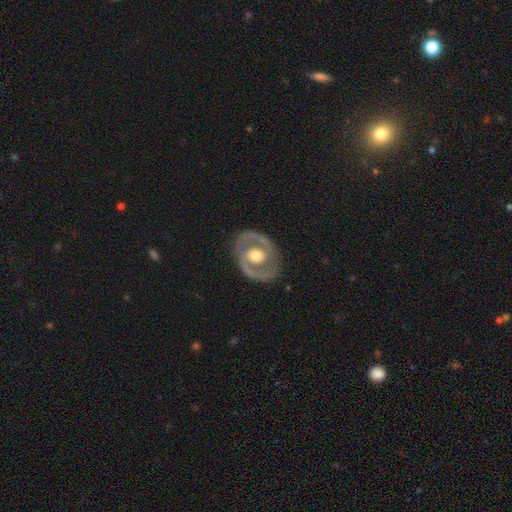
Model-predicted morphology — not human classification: The model was most divided on "spiral arms": yes: 59%, no: 41%. More confident: edge-on disk — no (96%); merging — none (81%); smooth or featured — featured or disk (76%); bar — no (69%); bulge size — moderate (67%).